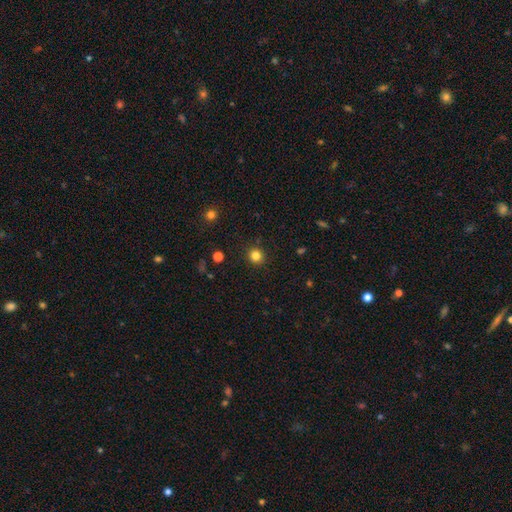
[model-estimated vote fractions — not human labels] The model was most divided on "smooth or featured": smooth: 82%, star or artifact: 13%, featured or disk: 5%. More confident: how rounded — round (92%); merging — none (91%).